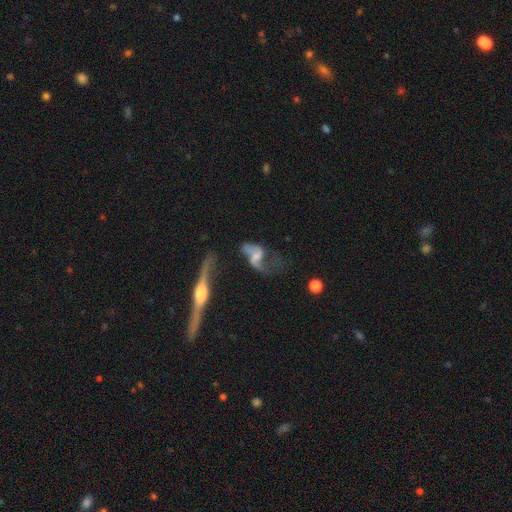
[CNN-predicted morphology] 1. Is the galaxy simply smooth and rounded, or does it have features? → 72% featured or disk, 19% smooth, 8% star or artifact.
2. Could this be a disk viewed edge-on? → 94% no, 6% yes.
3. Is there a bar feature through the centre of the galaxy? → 45% no, 41% weak, 14% strong.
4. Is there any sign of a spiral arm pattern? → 83% yes, 17% no.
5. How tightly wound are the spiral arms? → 78% loose, 17% medium, 5% tight.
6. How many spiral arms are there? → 83% 2, 9% 1, 5% can't tell, 1% 3, 1% 4, 1% more than 4.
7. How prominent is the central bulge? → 37% small, 30% none, 25% moderate, 6% large, 2% dominant.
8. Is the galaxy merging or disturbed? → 35% major disturbance, 30% none, 18% merger, 16% minor disturbance.